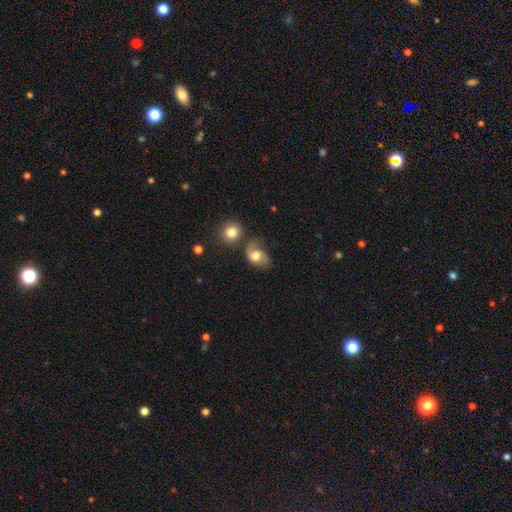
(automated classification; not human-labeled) This appears to be a smooth galaxy with no disk features (60%) that is in between round and cigar-shaped (70%). Merging: none (41%).